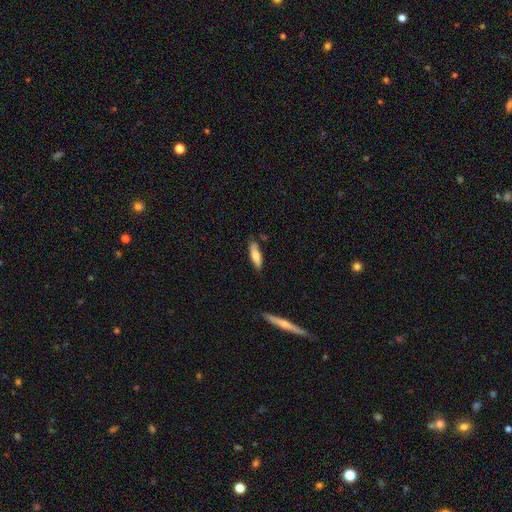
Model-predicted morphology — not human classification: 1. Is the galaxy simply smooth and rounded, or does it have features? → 75% smooth, 19% featured or disk, 6% star or artifact.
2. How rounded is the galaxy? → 57% cigar-shaped, 42% in between, 2% round.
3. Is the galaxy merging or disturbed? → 77% none, 17% minor disturbance, 3% merger, 3% major disturbance.